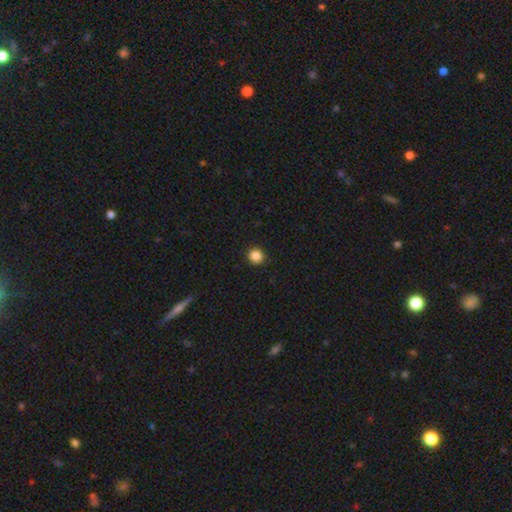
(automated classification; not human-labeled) Smooth or featured? Predicted: smooth (p=0.86). How rounded? Predicted: round (p=0.93). Merging? Predicted: none (p=0.93).